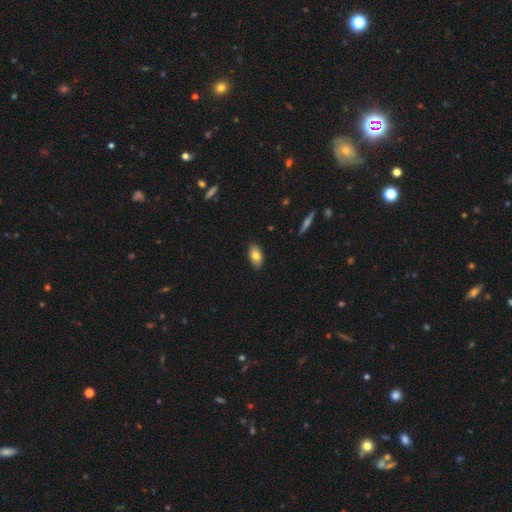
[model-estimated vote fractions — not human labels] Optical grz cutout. It shows a smooth galaxy with no disk features (75%) that is in between round and cigar-shaped (92%). Merging: none (87%).